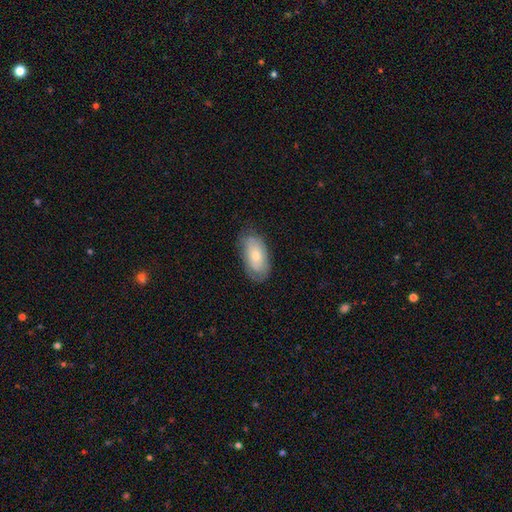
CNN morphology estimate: Smooth or featured: smooth — 67% (featured or disk — 26%)
How rounded: in between — 93% (round — 4%)
Merging: none — 71% (minor disturbance — 22%)